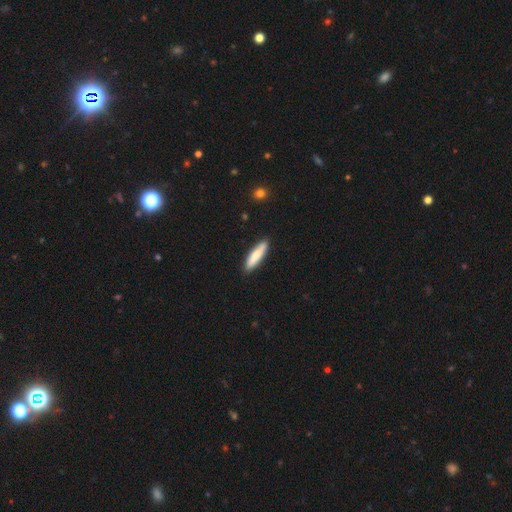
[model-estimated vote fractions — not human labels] Smooth or featured: smooth — 78% (featured or disk — 17%)
How rounded: cigar-shaped — 79% (in between — 20%)
Merging: none — 88% (minor disturbance — 9%)